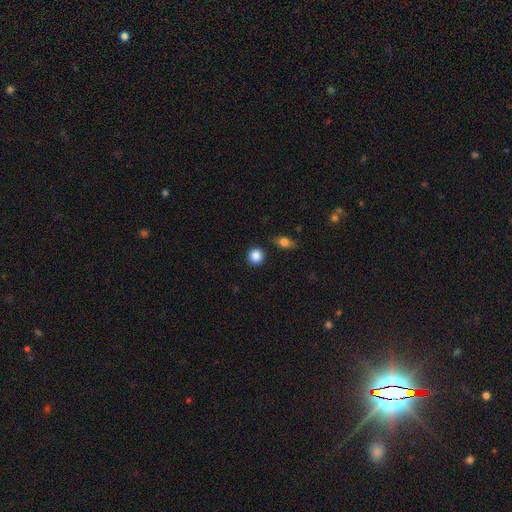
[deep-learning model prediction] A smooth galaxy with no disk features (87%) that is round (91%). Merging: none (88%).